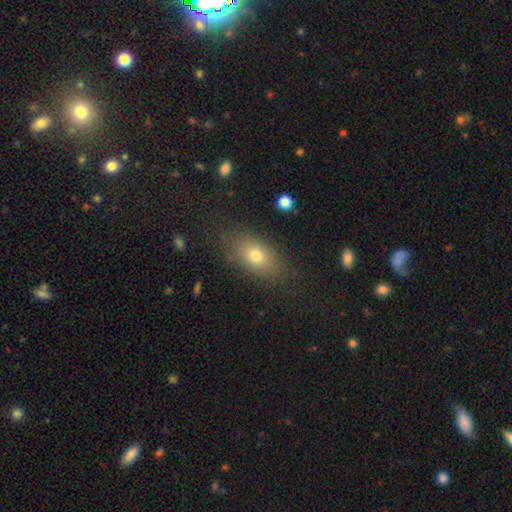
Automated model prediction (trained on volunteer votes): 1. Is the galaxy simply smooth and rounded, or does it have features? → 73% smooth, 16% featured or disk, 12% star or artifact.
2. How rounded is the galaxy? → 82% in between, 13% round, 5% cigar-shaped.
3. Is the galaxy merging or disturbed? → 79% none, 13% minor disturbance, 6% major disturbance, 2% merger.